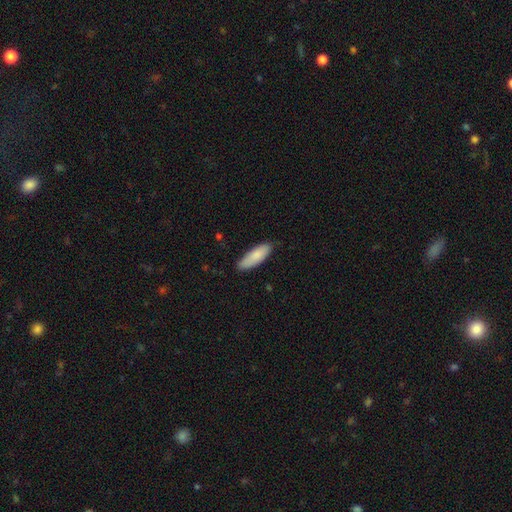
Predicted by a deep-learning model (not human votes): Q: Smooth or featured?
A: smooth (84%); runner-up: featured or disk (10%)
Q: How rounded?
A: in between (58%); runner-up: cigar-shaped (40%)
Q: Merging?
A: none (80%); runner-up: minor disturbance (16%)